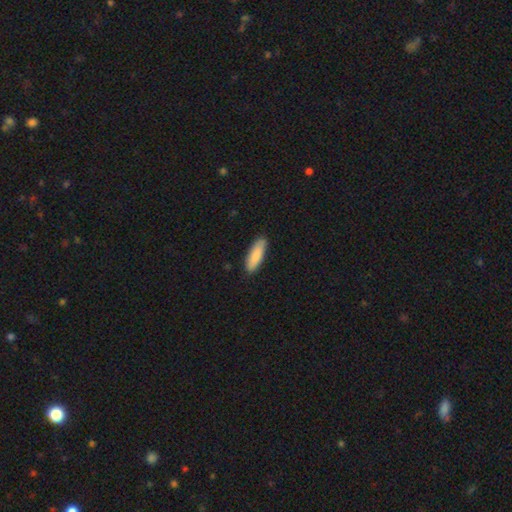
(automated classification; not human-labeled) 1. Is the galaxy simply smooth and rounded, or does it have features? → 85% smooth, 10% featured or disk, 5% star or artifact.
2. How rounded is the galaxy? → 53% in between, 46% cigar-shaped, 2% round.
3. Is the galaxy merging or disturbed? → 88% none, 10% minor disturbance, 2% major disturbance, 1% merger.